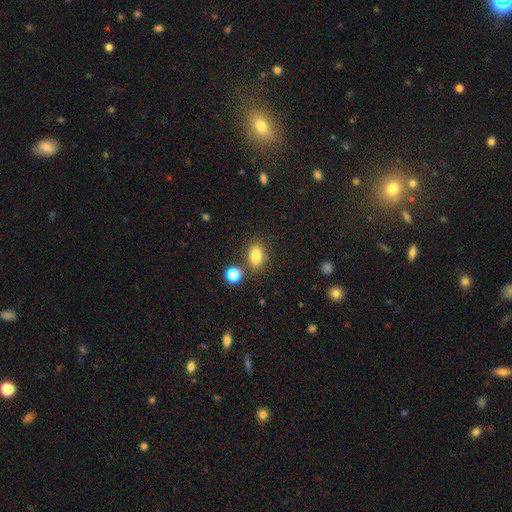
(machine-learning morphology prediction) A smooth galaxy with no disk features (81%) that is in between round and cigar-shaped (82%). Merging: none (74%).